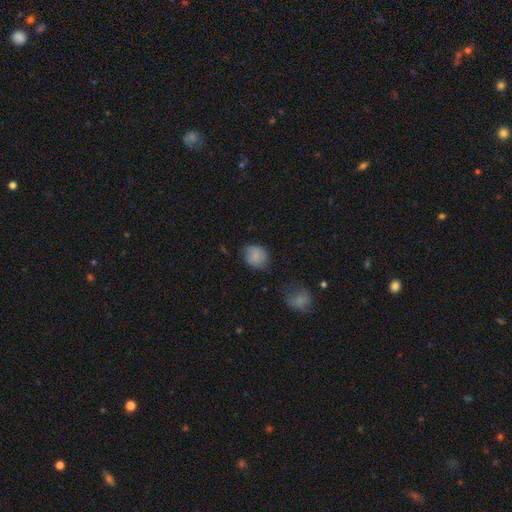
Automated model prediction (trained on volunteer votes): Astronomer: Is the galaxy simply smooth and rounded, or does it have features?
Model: smooth — 81%.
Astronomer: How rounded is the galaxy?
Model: round — 72%.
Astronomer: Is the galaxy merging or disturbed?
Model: none — 68%.